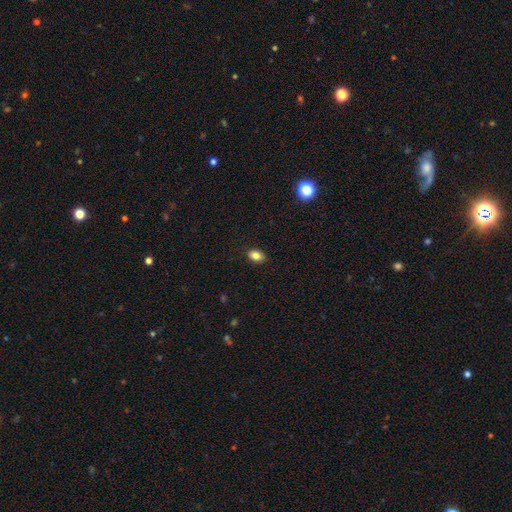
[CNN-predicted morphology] This is clearly a smooth galaxy (83%). How rounded: clearly in between (83%). Merging: clearly none (88%).